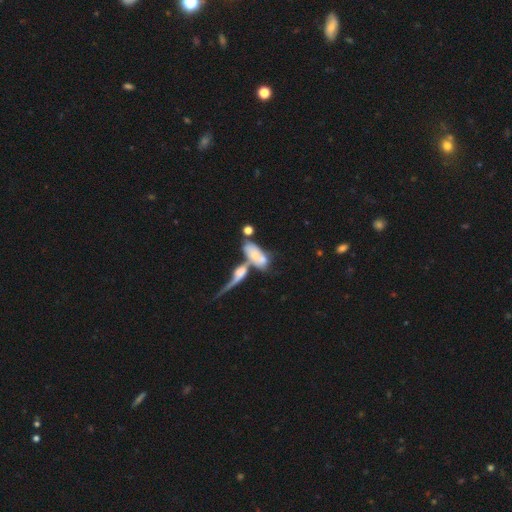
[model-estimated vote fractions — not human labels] A smooth galaxy with no disk features (49%). Merging: merger (62%).